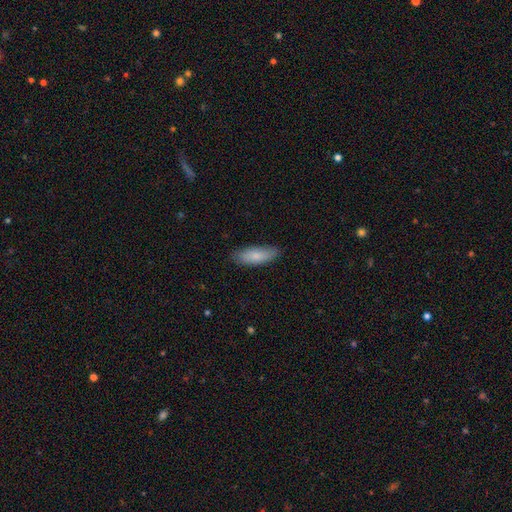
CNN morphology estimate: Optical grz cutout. It shows a smooth galaxy with no disk features (82%) that is in between round and cigar-shaped (65%). Merging: none (84%).